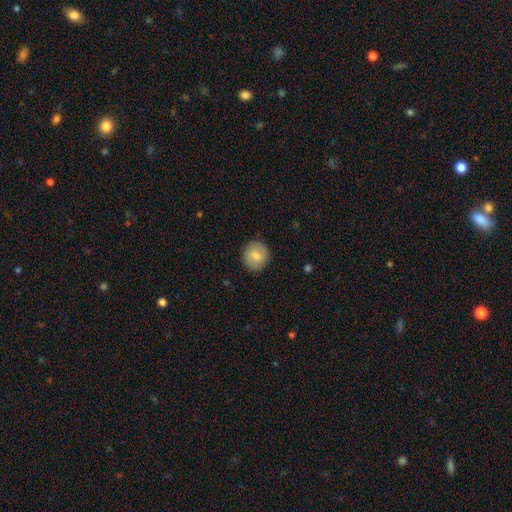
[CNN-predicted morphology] This appears to be a smooth galaxy with no disk features (77%) that is round (90%). Merging: none (89%).